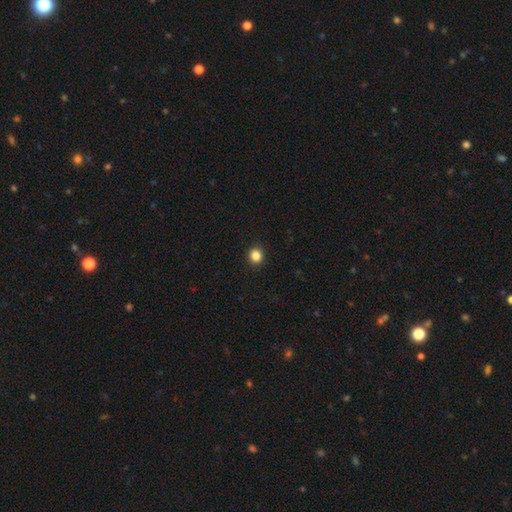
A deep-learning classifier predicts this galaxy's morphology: Smooth or featured: smooth — 85% (star or artifact — 12%)
How rounded: round — 90% (in between — 9%)
Merging: none — 93% (minor disturbance — 5%)